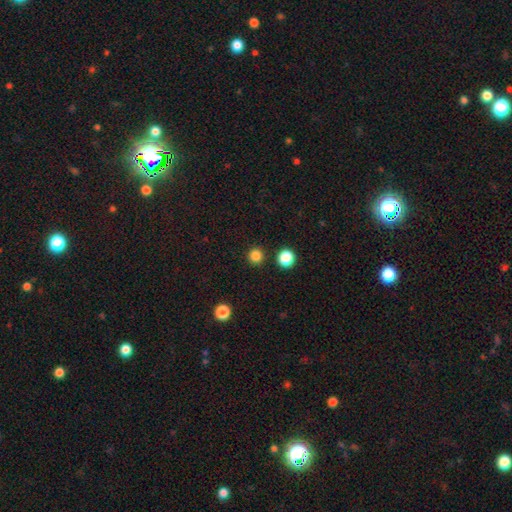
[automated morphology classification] Smooth or featured: smooth — 83% (star or artifact — 13%)
How rounded: round — 95% (in between — 4%)
Merging: none — 91% (minor disturbance — 4%)